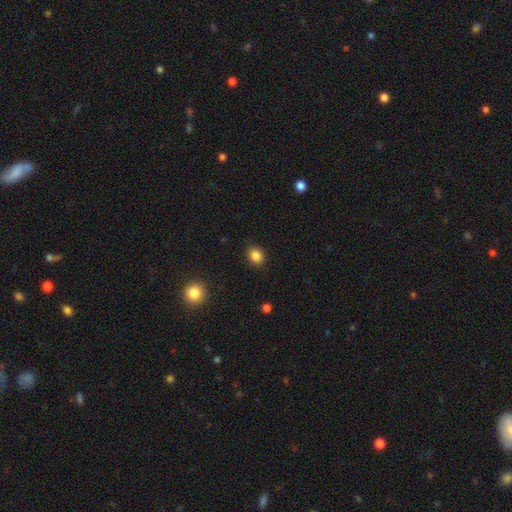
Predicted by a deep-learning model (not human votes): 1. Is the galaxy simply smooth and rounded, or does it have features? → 85% smooth, 11% star or artifact, 4% featured or disk.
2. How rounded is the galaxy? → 70% round, 29% in between, 1% cigar-shaped.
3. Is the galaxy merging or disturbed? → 88% none, 8% minor disturbance, 2% major disturbance, 1% merger.